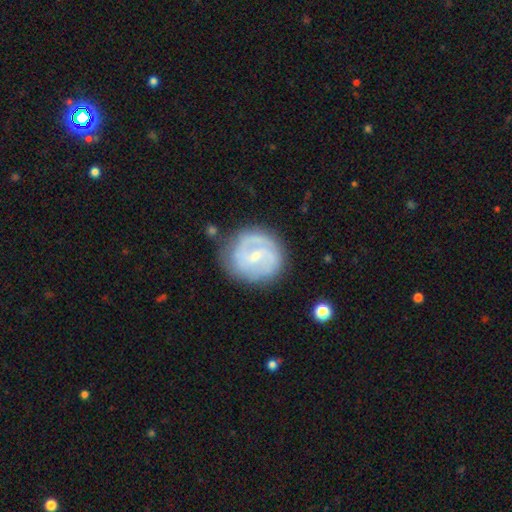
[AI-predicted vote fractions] A featured or disk galaxy (76%) with a weak bar (54%), 2 (62%) tight (46%) spiral arms (89%) and a small central bulge (67%). Merging: none (73%).